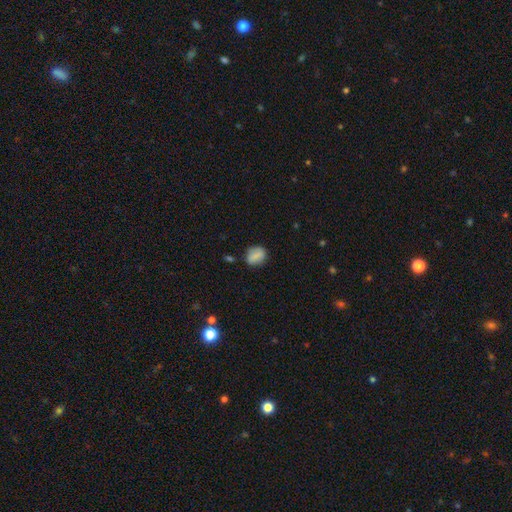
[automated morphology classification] This appears to be a smooth galaxy with no disk features (78%) that is in between round and cigar-shaped (51%). Merging: none (73%).